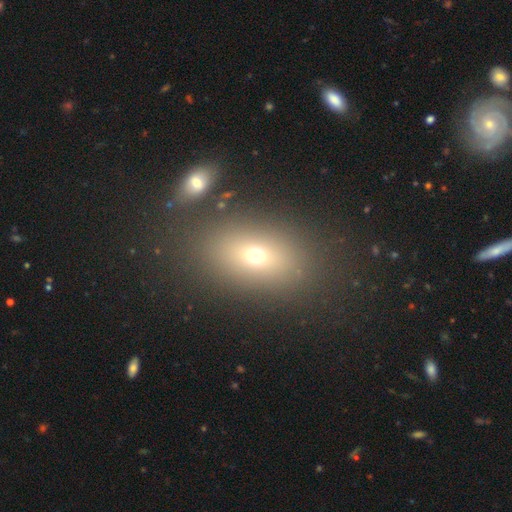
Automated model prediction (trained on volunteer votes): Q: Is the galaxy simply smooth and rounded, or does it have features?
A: smooth — 63%.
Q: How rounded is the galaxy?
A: in between — 77%.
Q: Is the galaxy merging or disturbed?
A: none — 78%.